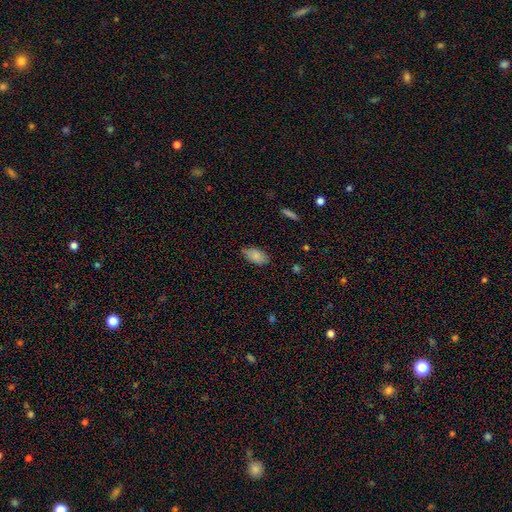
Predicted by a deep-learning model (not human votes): Smooth or featured?
  - smooth: 83% *
  - featured or disk: 9%
  - star or artifact: 8%
How rounded?
  - in between: 93% *
  - cigar-shaped: 4%
  - round: 3%
Merging?
  - none: 72% *
  - minor disturbance: 23%
  - major disturbance: 3%
  - merger: 1%